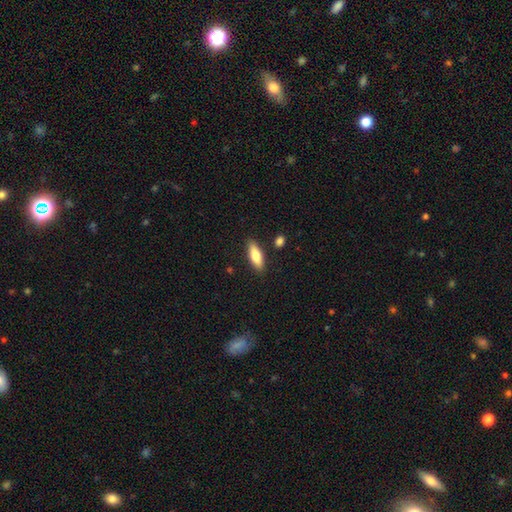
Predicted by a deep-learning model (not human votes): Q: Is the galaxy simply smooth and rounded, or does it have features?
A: smooth — 76%.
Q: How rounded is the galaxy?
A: in between — 62%.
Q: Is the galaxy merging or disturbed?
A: none — 86%.